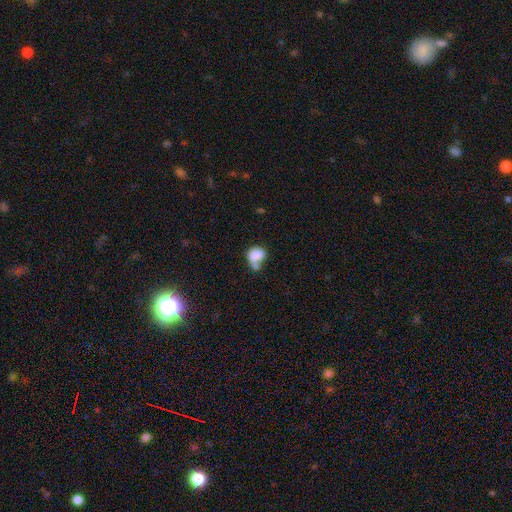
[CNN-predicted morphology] smooth 79%, featured or disk 12%, star or artifact 9%. Down the decision tree: how rounded — in between (51%); merging — merger (39%).